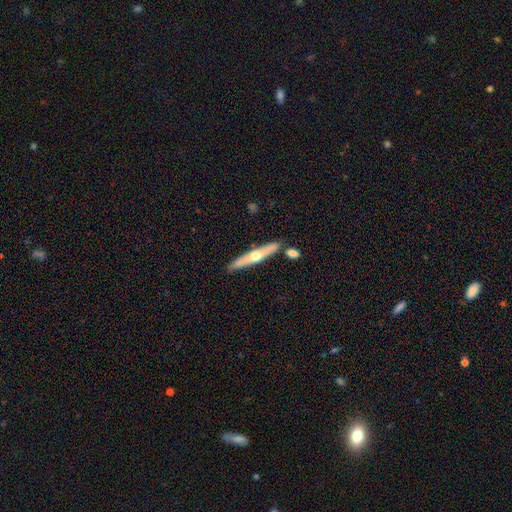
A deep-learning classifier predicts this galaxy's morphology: A featured or disk galaxy (56%) viewed edge-on (92%) with a rounded central bulge (89%).

Vote fractions:
- Smooth or featured? featured or disk: 56% / smooth: 39% / star or artifact: 5%
- Edge-on disk? yes: 92% / no: 8%
- Edge-on bulge? rounded: 89% / none: 9% / boxy: 2%
- Merging? none: 81% / minor disturbance: 10% / merger: 7% / major disturbance: 2%